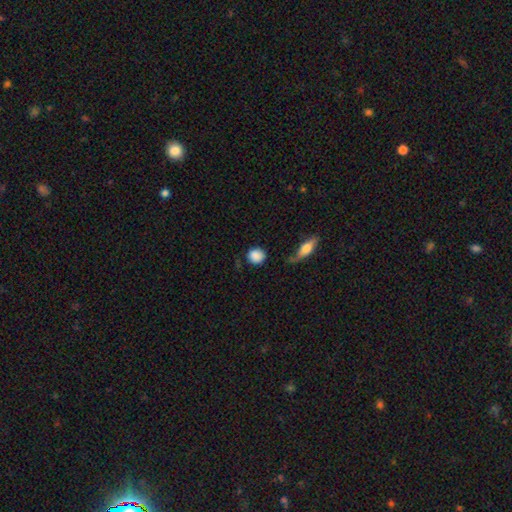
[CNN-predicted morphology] A smooth galaxy with no disk features (86%) that is round (86%). Merging: none (76%).